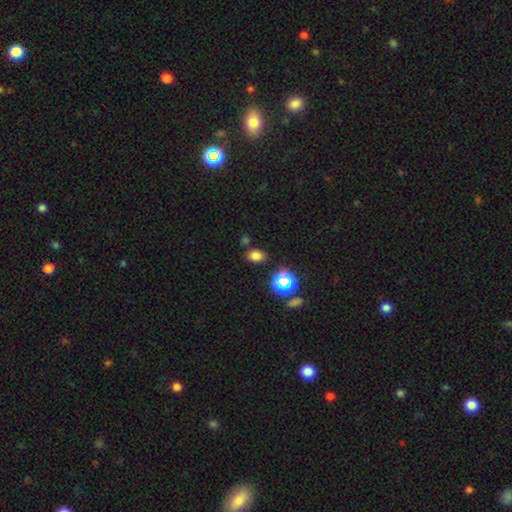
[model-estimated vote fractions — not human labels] smooth-or-featured: smooth: 73% | star or artifact: 21% | featured or disk: 5%
  how-rounded: in between: 74% | round: 25% | cigar-shaped: 1%
  merging: none: 80% | minor disturbance: 11% | merger: 6% | major disturbance: 4%